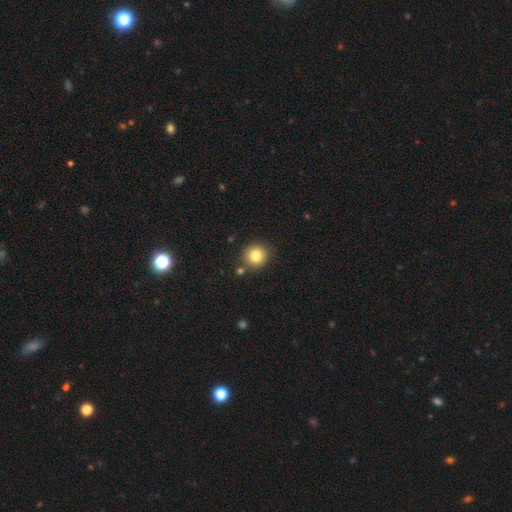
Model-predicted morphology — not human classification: smooth-or-featured: smooth: 82% | star or artifact: 10% | featured or disk: 8%
  how-rounded: round: 88% | in between: 11% | cigar-shaped: 1%
  merging: none: 80% | minor disturbance: 10% | merger: 7% | major disturbance: 3%